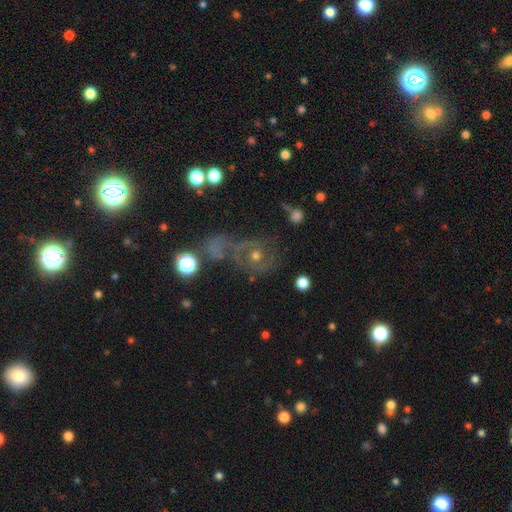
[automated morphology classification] Smooth or featured?
  - featured or disk: 58% *
  - smooth: 22%
  - star or artifact: 20%
Edge-on disk?
  - no: 96% *
  - yes: 4%
Bar?
  - no: 78% *
  - weak: 18%
  - strong: 5%
Spiral arms?
  - yes: 71% *
  - no: 29%
Bulge size?
  - moderate: 55% *
  - small: 33%
  - large: 6%
  - none: 4%
  - dominant: 2%
Merging?
  - none: 45% *
  - major disturbance: 27%
  - minor disturbance: 17%
  - merger: 11%